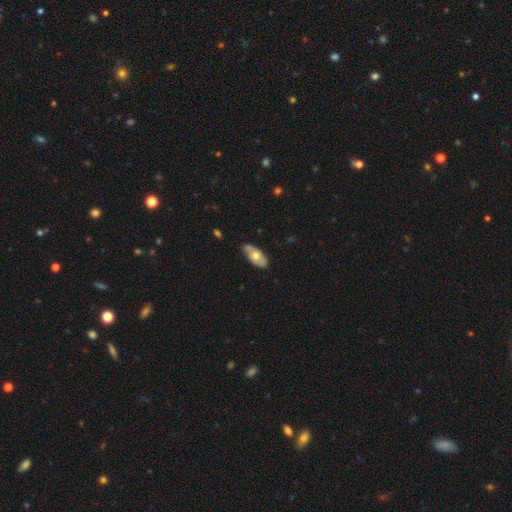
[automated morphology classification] A smooth galaxy with no disk features (54%) that is in between round and cigar-shaped (89%).

Vote fractions:
- Smooth or featured? smooth: 54% / featured or disk: 40% / star or artifact: 6%
- How rounded? in between: 89% / cigar-shaped: 7% / round: 3%
- Merging? none: 74% / minor disturbance: 21% / major disturbance: 3% / merger: 2%